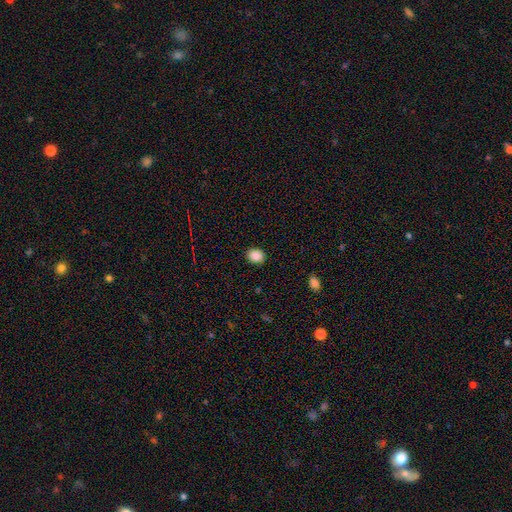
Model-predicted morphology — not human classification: This appears to be a smooth galaxy with no disk features (88%) that is round (54%). Merging: none (90%).